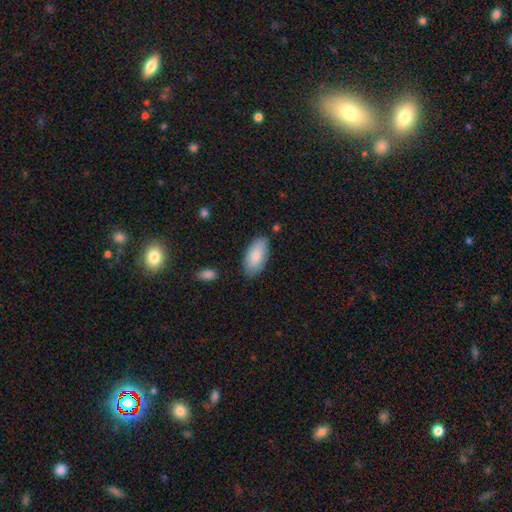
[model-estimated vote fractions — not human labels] A smooth galaxy with no disk features (83%) that is in between round and cigar-shaped (92%).

Vote fractions:
- Smooth or featured? smooth: 83% / featured or disk: 11% / star or artifact: 6%
- How rounded? in between: 92% / cigar-shaped: 6% / round: 2%
- Merging? none: 79% / minor disturbance: 15% / major disturbance: 3% / merger: 3%